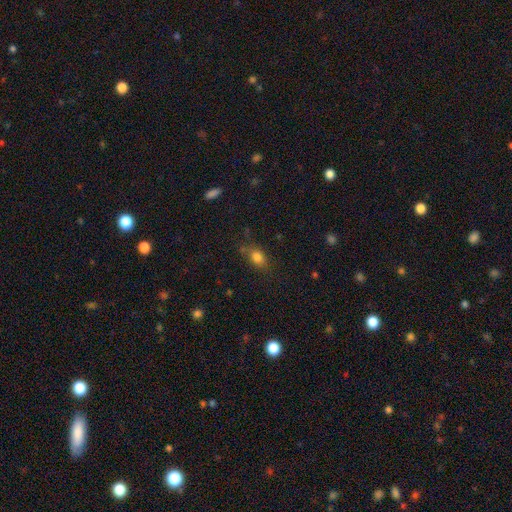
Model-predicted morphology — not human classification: Q: Smooth or featured?
A: smooth (80%); runner-up: star or artifact (11%)
Q: How rounded?
A: in between (73%); runner-up: round (23%)
Q: Merging?
A: none (71%); runner-up: minor disturbance (18%)